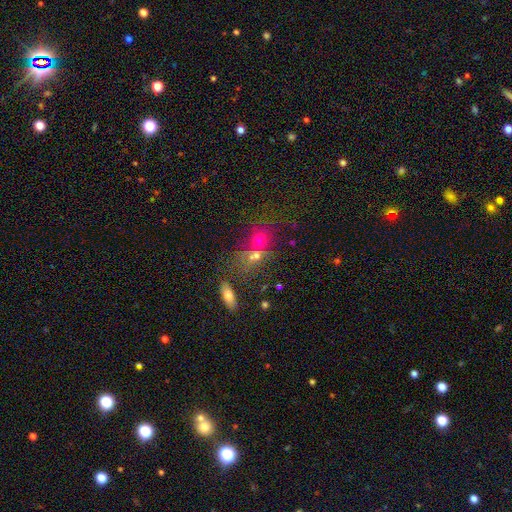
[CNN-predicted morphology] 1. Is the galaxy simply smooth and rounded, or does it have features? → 62% smooth, 22% star or artifact, 16% featured or disk.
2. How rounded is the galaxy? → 58% round, 38% in between, 4% cigar-shaped.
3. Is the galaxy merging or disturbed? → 44% merger, 41% none, 9% minor disturbance, 6% major disturbance.